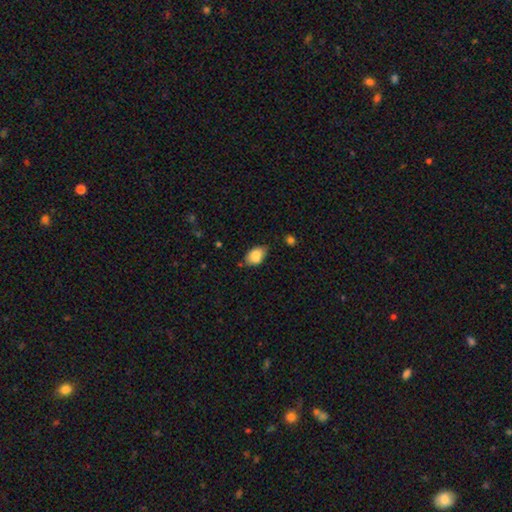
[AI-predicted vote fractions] Smooth or featured? Predicted: smooth (p=0.82). How rounded? Predicted: in between (p=0.86). Merging? Predicted: none (p=0.63).